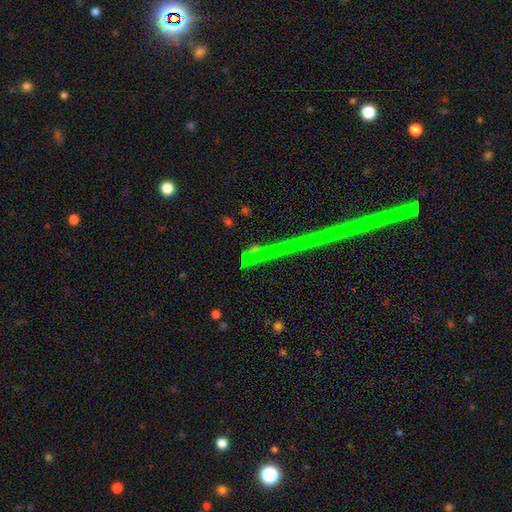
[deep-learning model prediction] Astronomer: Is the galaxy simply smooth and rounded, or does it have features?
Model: star or artifact — 66%.